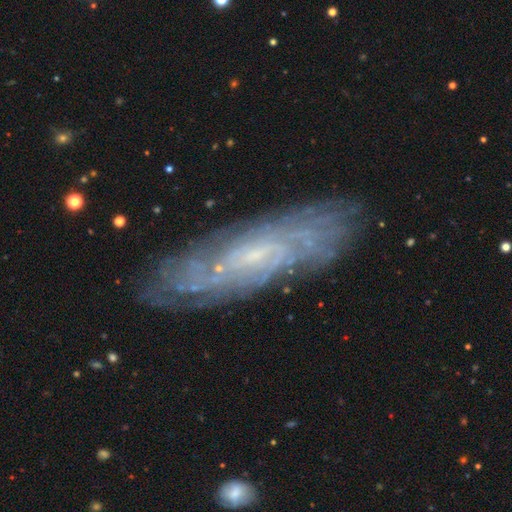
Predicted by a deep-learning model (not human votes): Smooth or featured: featured or disk — 81% (smooth — 12%)
Edge-on disk: no — 80% (yes — 20%)
Bar: no — 58% (weak — 34%)
Spiral arms: yes — 94% (no — 6%)
Spiral winding: tight — 77% (medium — 19%)
Spiral arm count: can't tell — 53% (more than 4 — 13%)
Bulge size: small — 79% (moderate — 12%)
Merging: none — 85% (minor disturbance — 11%)